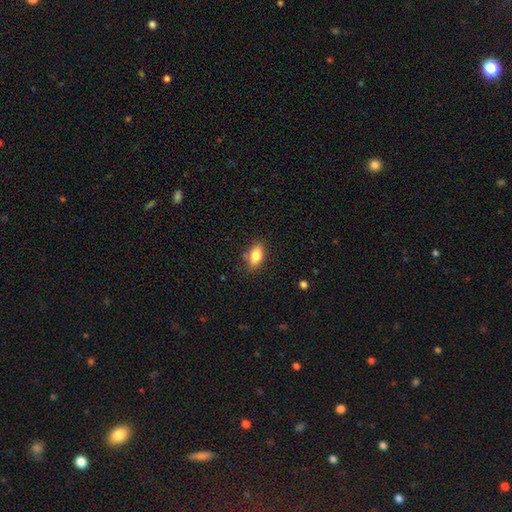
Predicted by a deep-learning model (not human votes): This appears to be a smooth galaxy with no disk features (80%) that is in between round and cigar-shaped (85%). Merging: none (78%).